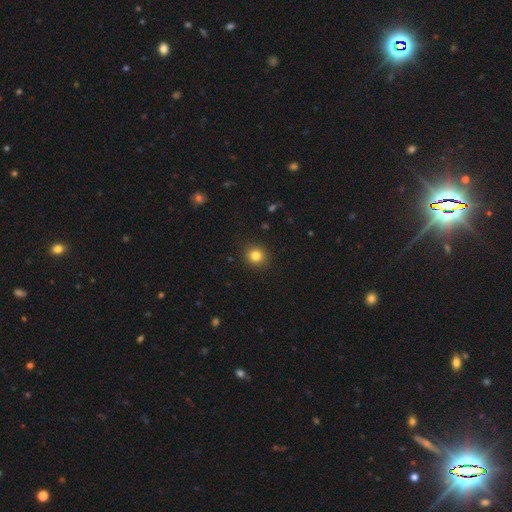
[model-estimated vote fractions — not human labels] Overall: smooth (83%). How rounded: round (85%). Merging: none (91%).